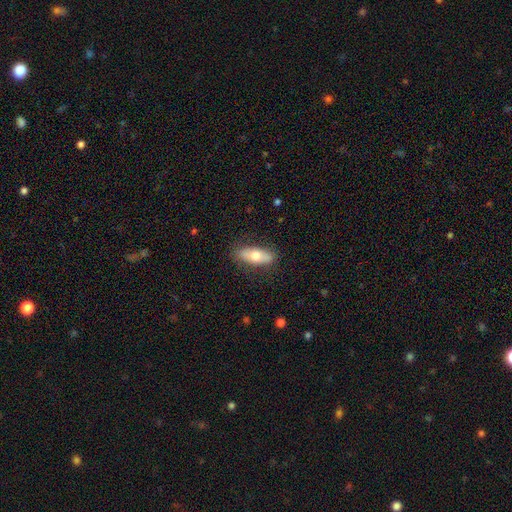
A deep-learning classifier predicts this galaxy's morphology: Q: Smooth or featured?
A: smooth (61%); runner-up: featured or disk (33%)
Q: How rounded?
A: in between (69%); runner-up: cigar-shaped (28%)
Q: Merging?
A: none (83%); runner-up: minor disturbance (13%)